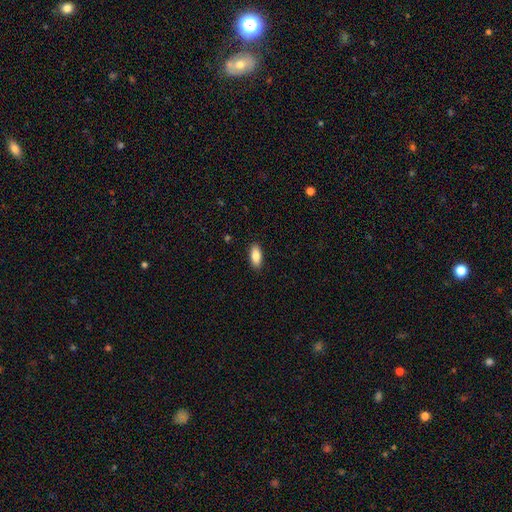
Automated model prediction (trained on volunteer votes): The model was most divided on "how rounded": in between: 86%, cigar-shaped: 12%, round: 2%. More confident: merging — none (89%); smooth or featured — smooth (85%).